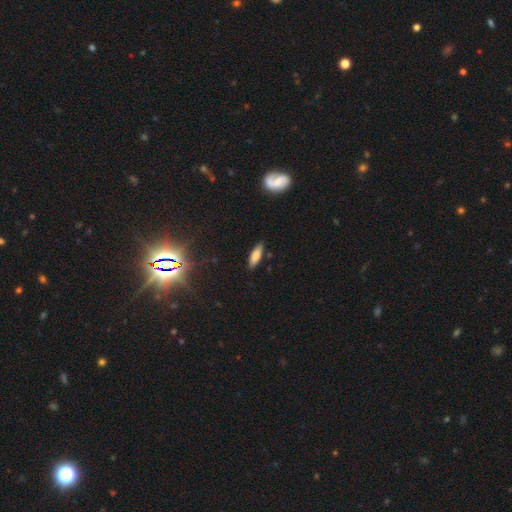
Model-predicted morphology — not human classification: Smooth or featured?
  - smooth: 73% *
  - featured or disk: 19%
  - star or artifact: 9%
How rounded?
  - in between: 52% *
  - cigar-shaped: 46%
  - round: 2%
Merging?
  - none: 86% *
  - minor disturbance: 10%
  - major disturbance: 2%
  - merger: 2%